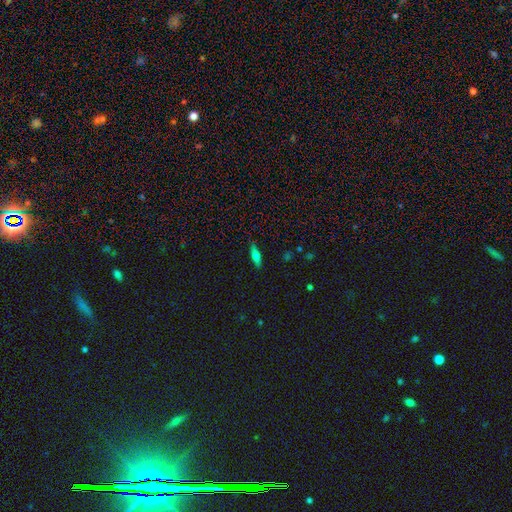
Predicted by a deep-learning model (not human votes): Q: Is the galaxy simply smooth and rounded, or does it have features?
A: smooth — 60%.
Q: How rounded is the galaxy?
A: cigar-shaped — 52%.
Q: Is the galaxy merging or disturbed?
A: none — 86%.